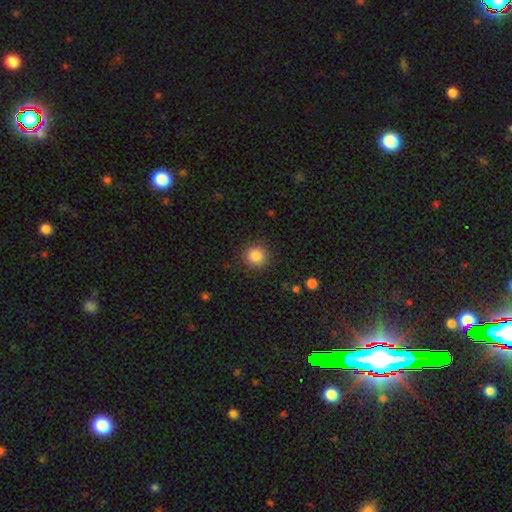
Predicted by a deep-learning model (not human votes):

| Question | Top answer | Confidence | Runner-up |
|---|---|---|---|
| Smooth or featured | smooth | 86% | star or artifact (10%) |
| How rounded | round | 93% | in between (6%) |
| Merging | none | 88% | minor disturbance (8%) |